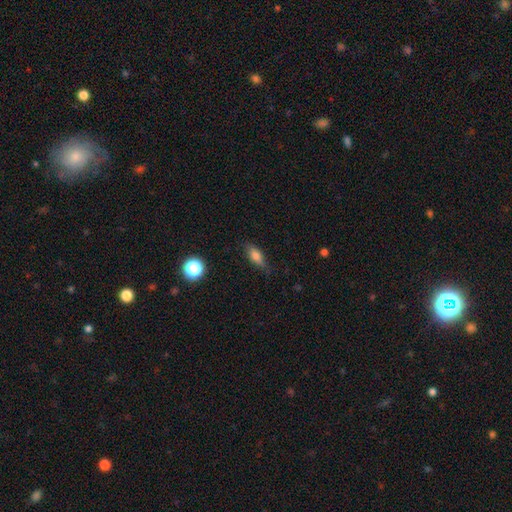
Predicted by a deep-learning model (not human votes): smooth_or_featured: smooth (p=0.73) [alt: featured or disk p=0.17]
how_rounded: in between (p=0.71) [alt: cigar-shaped p=0.23]
merging: none (p=0.74) [alt: minor disturbance p=0.20]